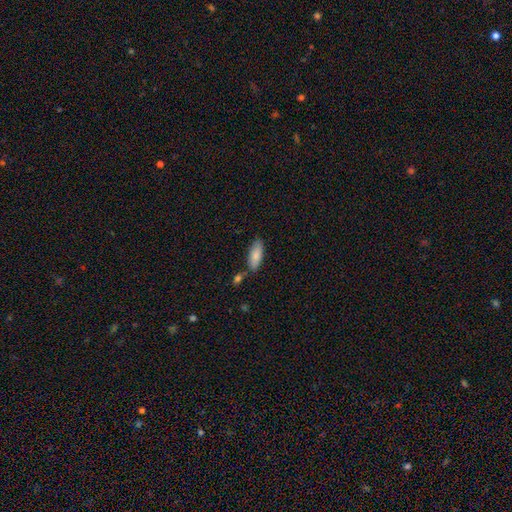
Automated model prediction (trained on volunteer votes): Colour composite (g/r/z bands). It shows a smooth galaxy with no disk features (84%) that is in between round and cigar-shaped (77%). Merging: none (72%).